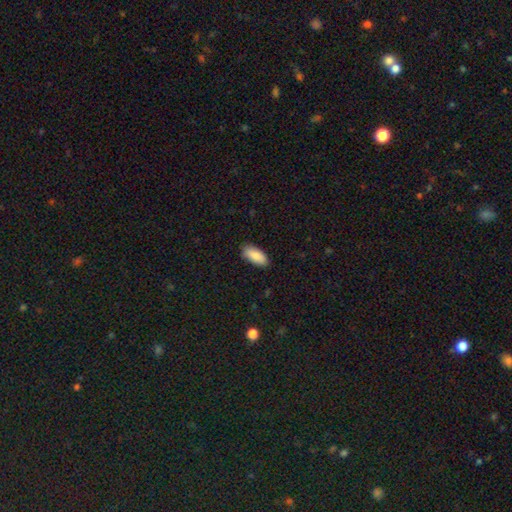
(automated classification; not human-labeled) Smooth or featured?
  - smooth: 88% *
  - star or artifact: 6%
  - featured or disk: 6%
How rounded?
  - in between: 89% *
  - cigar-shaped: 10%
  - round: 2%
Merging?
  - none: 87% *
  - minor disturbance: 10%
  - major disturbance: 2%
  - merger: 1%